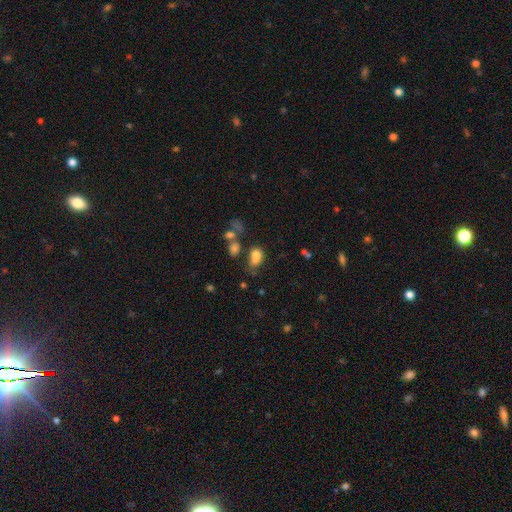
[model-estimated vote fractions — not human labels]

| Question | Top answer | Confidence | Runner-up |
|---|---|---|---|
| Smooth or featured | smooth | 76% | star or artifact (13%) |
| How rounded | in between | 76% | round (23%) |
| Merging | none | 38% | minor disturbance (24%) |